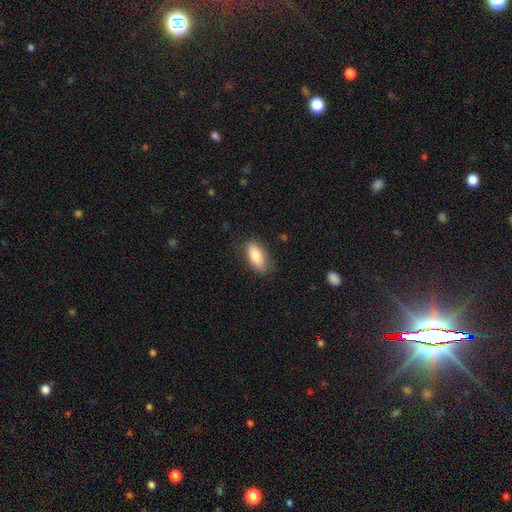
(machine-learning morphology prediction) Smooth or featured?
  - smooth: 81% *
  - featured or disk: 12%
  - star or artifact: 7%
How rounded?
  - in between: 86% *
  - cigar-shaped: 11%
  - round: 3%
Merging?
  - none: 81% *
  - minor disturbance: 15%
  - major disturbance: 3%
  - merger: 1%